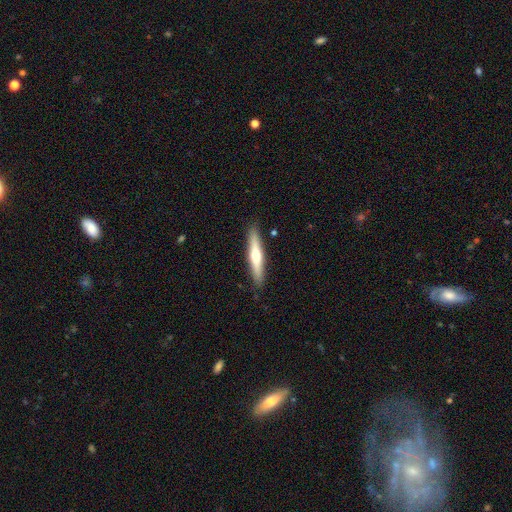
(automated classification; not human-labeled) Q: Smooth or featured?
A: featured or disk (51%); runner-up: smooth (44%)
Q: Edge-on disk?
A: yes (95%); runner-up: no (5%)
Q: Merging?
A: none (89%); runner-up: minor disturbance (8%)